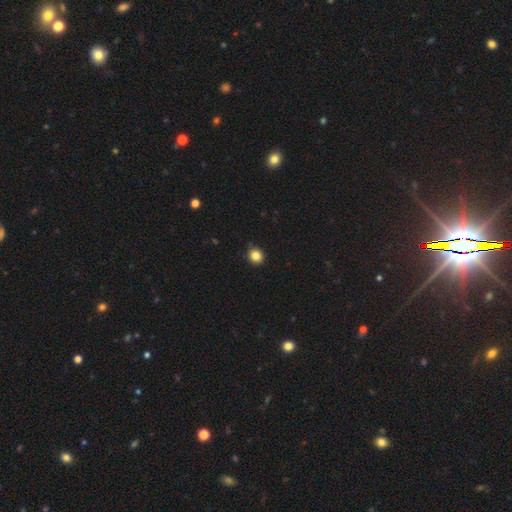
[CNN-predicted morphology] smooth-or-featured: smooth: 85% | star or artifact: 11% | featured or disk: 4%
  how-rounded: round: 88% | in between: 11% | cigar-shaped: 1%
  merging: none: 89% | minor disturbance: 8% | major disturbance: 2% | merger: 1%